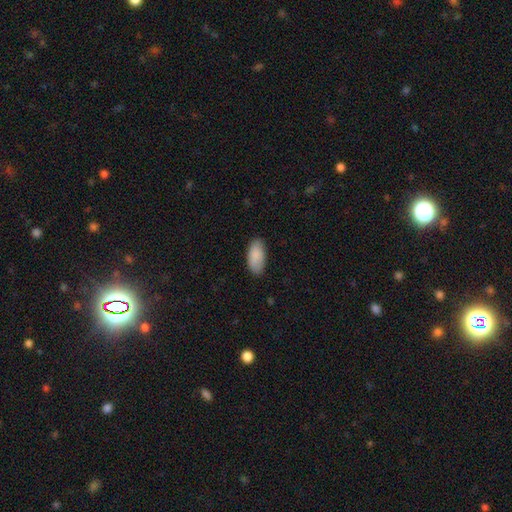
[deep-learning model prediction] Q: Smooth or featured?
A: smooth (88%); runner-up: featured or disk (6%)
Q: How rounded?
A: in between (93%); runner-up: cigar-shaped (5%)
Q: Merging?
A: none (83%); runner-up: minor disturbance (13%)